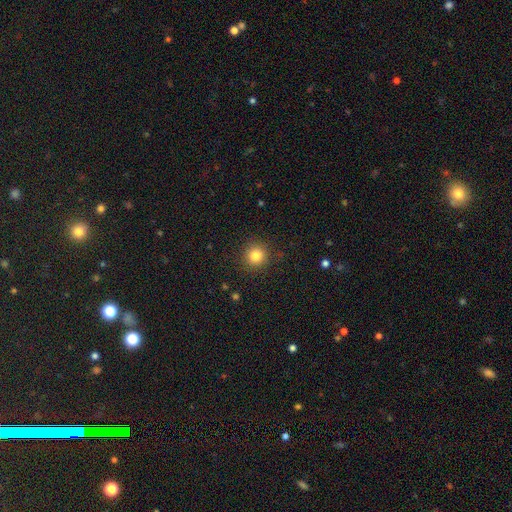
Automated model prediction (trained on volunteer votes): A smooth galaxy with no disk features (82%) that is round (93%).

Vote fractions:
- Smooth or featured? smooth: 82% / star or artifact: 12% / featured or disk: 6%
- How rounded? round: 93% / in between: 6% / cigar-shaped: 1%
- Merging? none: 91% / minor disturbance: 6% / major disturbance: 2% / merger: 1%